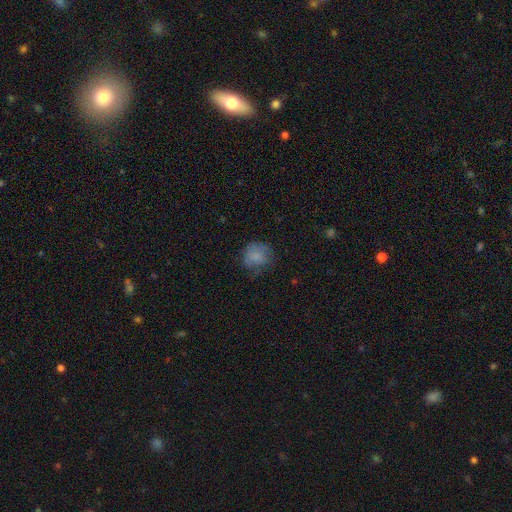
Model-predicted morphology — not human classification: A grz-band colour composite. It shows a smooth galaxy with no disk features (76%) that is round (80%). Merging: none (60%).